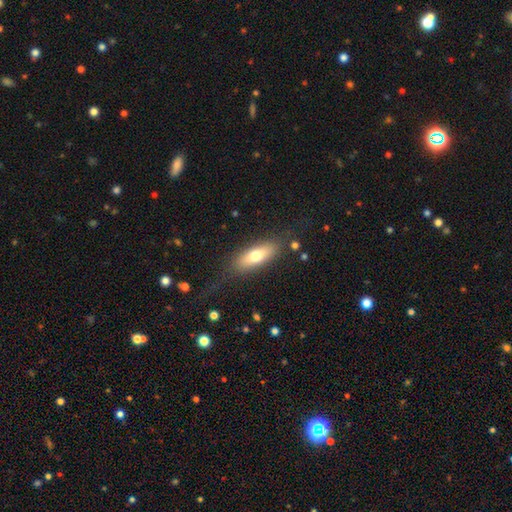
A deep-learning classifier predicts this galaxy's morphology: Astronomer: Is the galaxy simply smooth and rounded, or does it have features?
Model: smooth — 69%.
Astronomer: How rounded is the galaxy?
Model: in between — 67%.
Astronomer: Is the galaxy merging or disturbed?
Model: none — 77%.